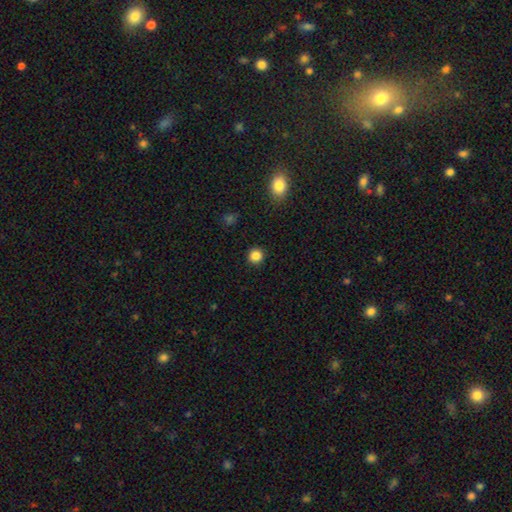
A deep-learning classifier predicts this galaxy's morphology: This appears to be a smooth galaxy with no disk features (85%) that is round (94%). Merging: none (93%).